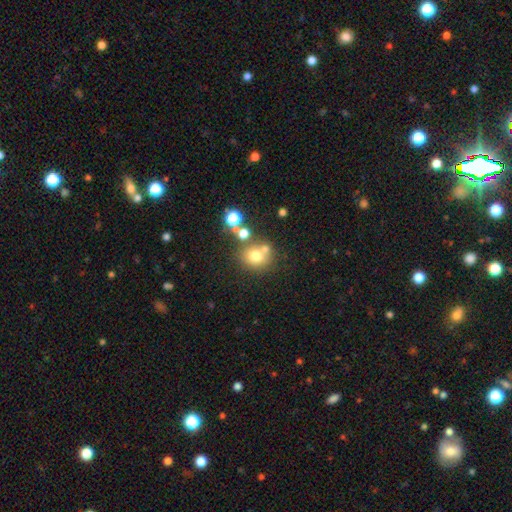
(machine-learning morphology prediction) smooth-or-featured: smooth: 68% | star or artifact: 17% | featured or disk: 15%
  how-rounded: round: 81% | in between: 18% | cigar-shaped: 1%
  merging: none: 58% | merger: 27% | minor disturbance: 11% | major disturbance: 5%